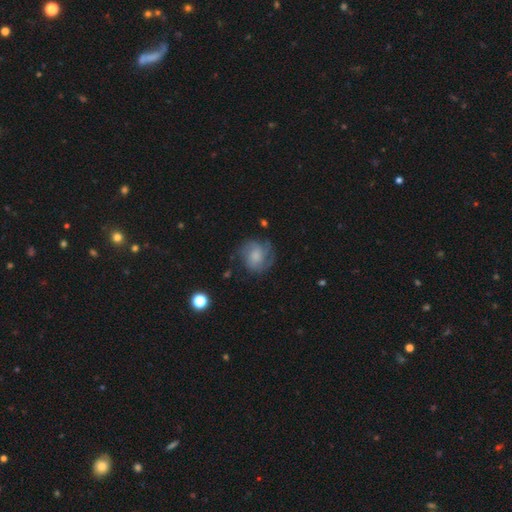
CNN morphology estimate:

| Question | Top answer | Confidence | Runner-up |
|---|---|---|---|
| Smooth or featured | featured or disk | 52% | smooth (39%) |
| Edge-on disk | no | 98% | yes (2%) |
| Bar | no | 69% | weak (26%) |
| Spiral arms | yes | 86% | no (14%) |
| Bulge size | moderate | 31% | small (24%) |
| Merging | none | 62% | minor disturbance (22%) |